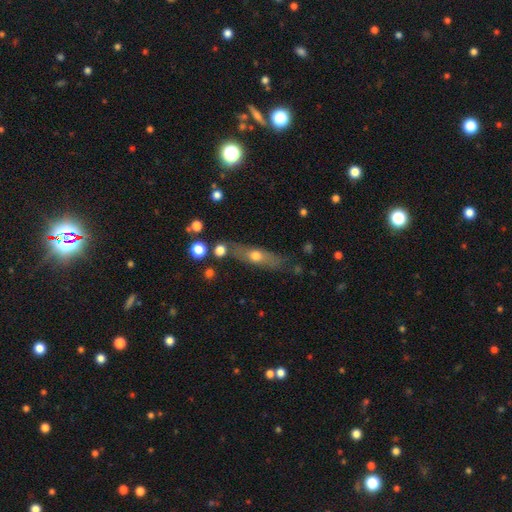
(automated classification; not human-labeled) Smooth or featured: smooth — 51% (featured or disk — 41%)
How rounded: cigar-shaped — 60% (in between — 34%)
Merging: none — 71% (minor disturbance — 17%)